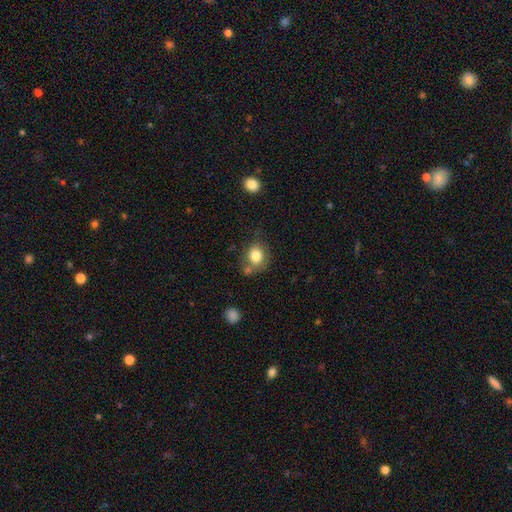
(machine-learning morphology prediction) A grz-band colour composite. It shows a smooth galaxy with no disk features (81%) that is round (66%). Merging: none (62%).